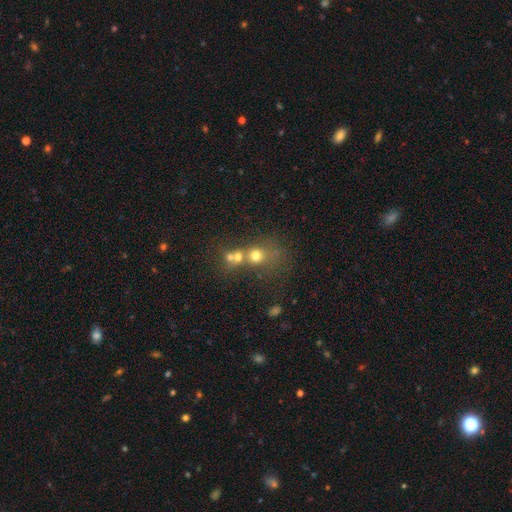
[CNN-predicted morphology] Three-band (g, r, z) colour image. It shows a smooth galaxy with no disk features (60%) that is round (75%). Merging: merger (48%).